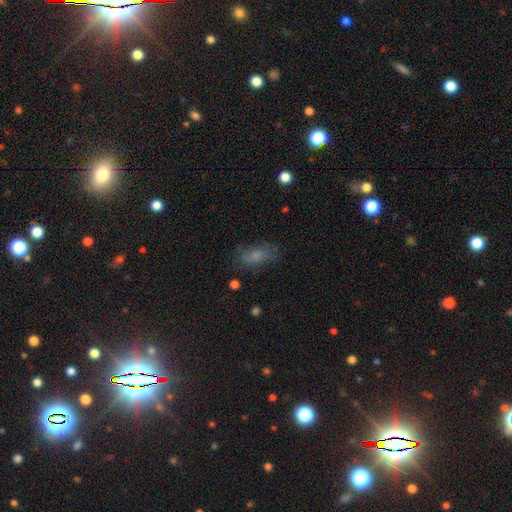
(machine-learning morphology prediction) Smooth or featured?
  - smooth: 67% *
  - featured or disk: 20%
  - star or artifact: 13%
How rounded?
  - in between: 84% *
  - cigar-shaped: 10%
  - round: 6%
Merging?
  - none: 71% *
  - minor disturbance: 19%
  - major disturbance: 8%
  - merger: 2%